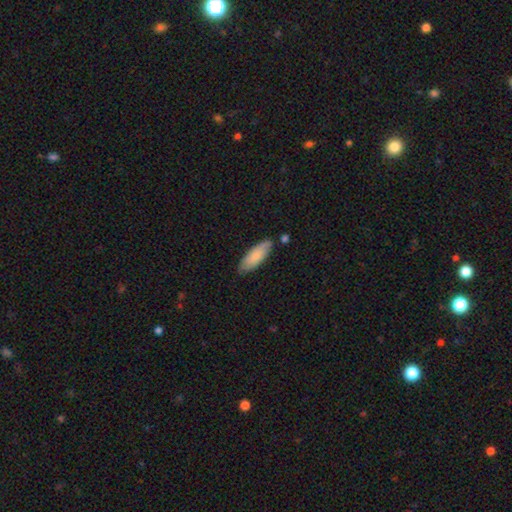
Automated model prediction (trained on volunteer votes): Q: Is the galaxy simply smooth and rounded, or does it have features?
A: smooth — 82%.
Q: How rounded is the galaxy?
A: in between — 66%.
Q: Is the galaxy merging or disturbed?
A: none — 76%.